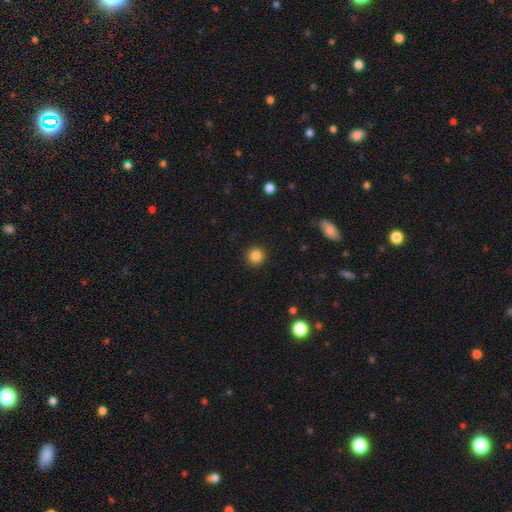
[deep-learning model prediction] A smooth galaxy with no disk features (86%) that is round (94%).

Vote fractions:
- Smooth or featured? smooth: 86% / star or artifact: 11% / featured or disk: 4%
- How rounded? round: 94% / in between: 5% / cigar-shaped: 1%
- Merging? none: 91% / minor disturbance: 6% / major disturbance: 2% / merger: 1%